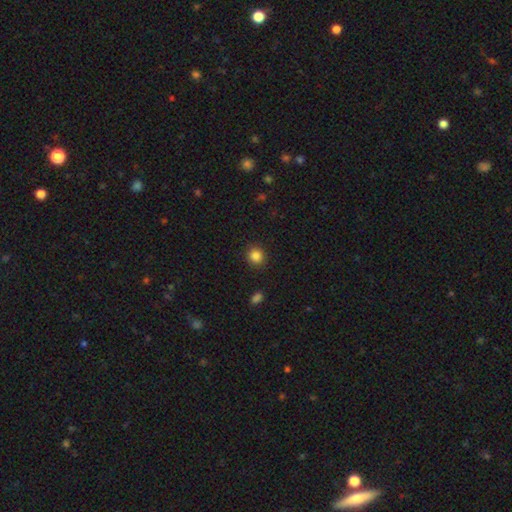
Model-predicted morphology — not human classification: smooth_or_featured: smooth (p=0.85) [alt: star or artifact p=0.11]
how_rounded: round (p=0.84) [alt: in between p=0.15]
merging: none (p=0.90) [alt: minor disturbance p=0.07]